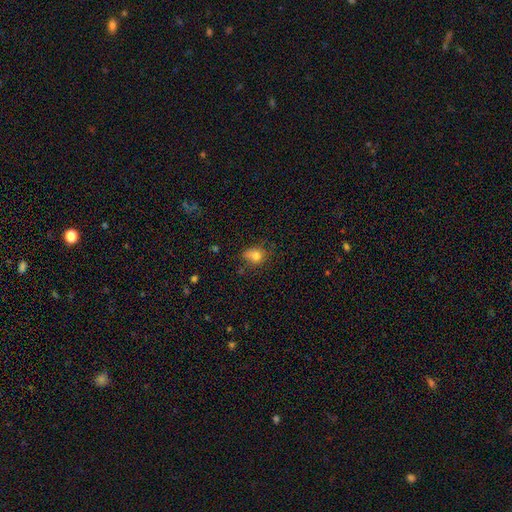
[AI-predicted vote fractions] A smooth galaxy with no disk features (78%) that is round (56%). Merging: none (55%).